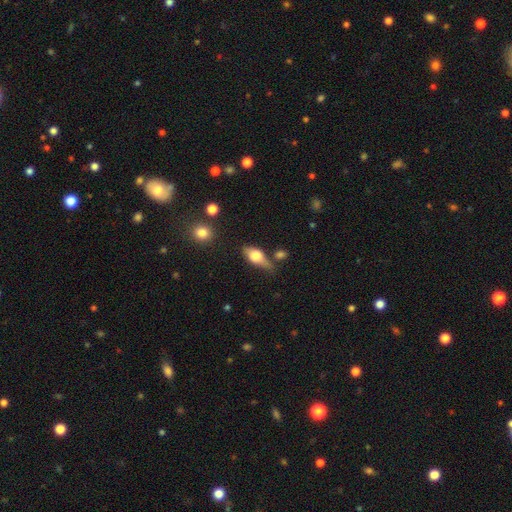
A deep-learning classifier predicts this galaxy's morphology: Q: Smooth or featured?
A: smooth (60%); runner-up: featured or disk (32%)
Q: How rounded?
A: in between (77%); runner-up: cigar-shaped (15%)
Q: Merging?
A: none (51%); runner-up: minor disturbance (27%)